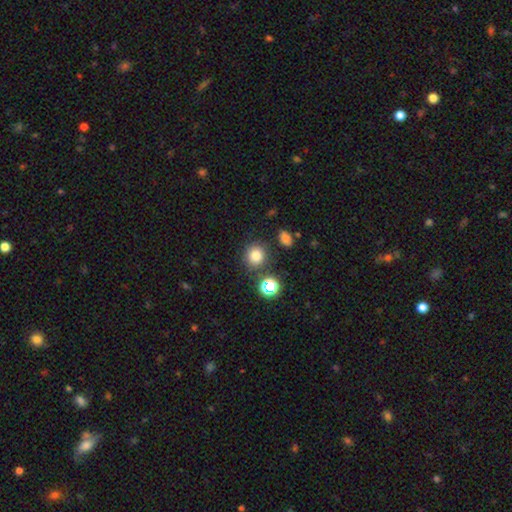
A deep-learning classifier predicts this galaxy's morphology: smooth-or-featured: smooth: 77% | star or artifact: 17% | featured or disk: 7%
  how-rounded: round: 88% | in between: 11% | cigar-shaped: 1%
  merging: none: 81% | minor disturbance: 9% | merger: 7% | major disturbance: 3%